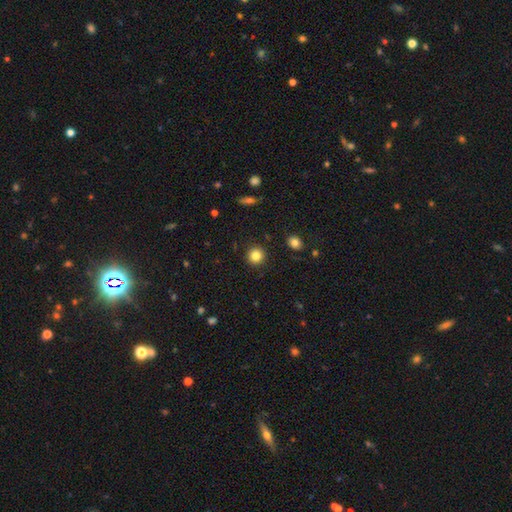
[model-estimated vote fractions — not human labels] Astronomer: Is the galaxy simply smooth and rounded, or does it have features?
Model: smooth — 84%.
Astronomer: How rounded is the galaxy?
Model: round — 94%.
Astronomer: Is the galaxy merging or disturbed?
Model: none — 92%.